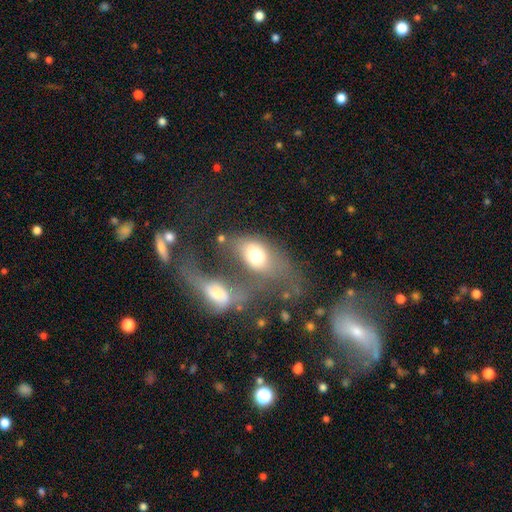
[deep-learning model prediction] The model was most divided on "smooth or featured": smooth: 60%, featured or disk: 30%, star or artifact: 10%. More confident: how rounded — in between (80%); merging — merger (60%).